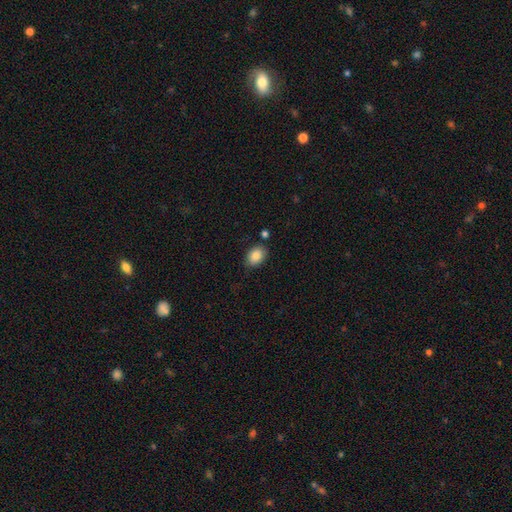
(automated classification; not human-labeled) smooth 87%, star or artifact 8%, featured or disk 6%. Down the decision tree: how rounded — in between (78%); merging — none (78%).